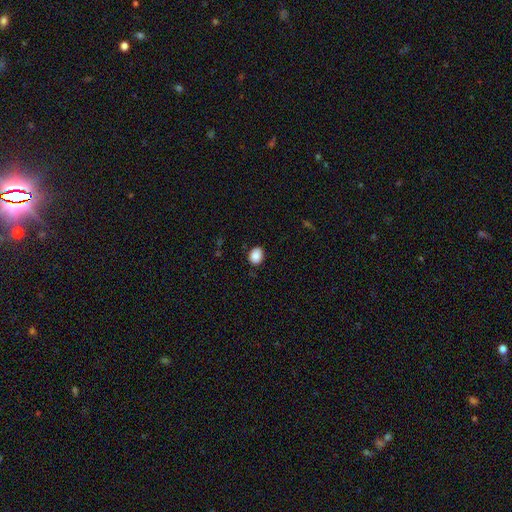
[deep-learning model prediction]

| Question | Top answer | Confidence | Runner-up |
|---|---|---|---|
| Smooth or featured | smooth | 89% | star or artifact (8%) |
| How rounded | in between | 63% | round (36%) |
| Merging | none | 85% | minor disturbance (12%) |